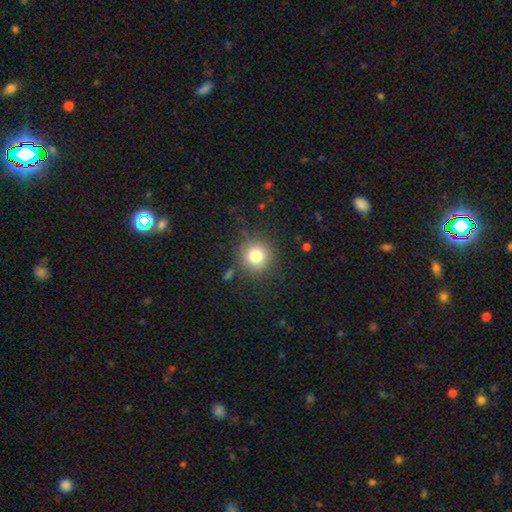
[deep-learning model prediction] Q: Smooth or featured?
A: smooth (78%); runner-up: star or artifact (12%)
Q: How rounded?
A: round (93%); runner-up: in between (6%)
Q: Merging?
A: none (86%); runner-up: minor disturbance (9%)